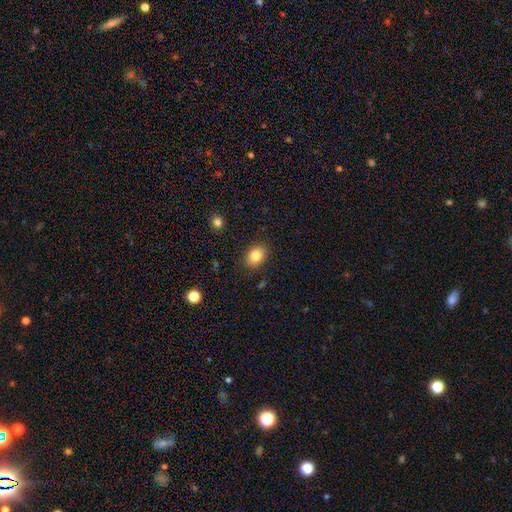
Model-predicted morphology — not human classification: Smooth or featured? smooth (84%)
How rounded? in between (72%)
Merging? none (85%)